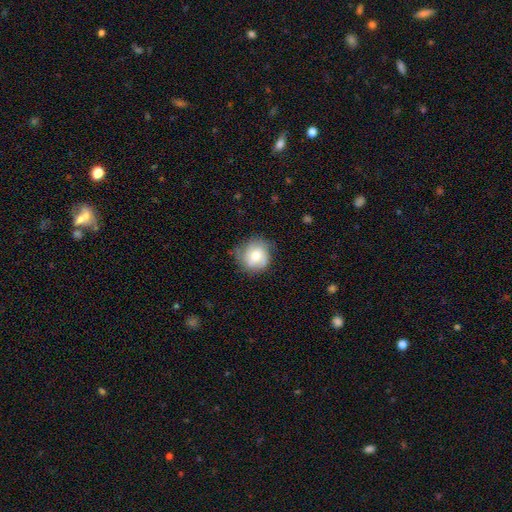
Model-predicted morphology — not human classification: smooth 55%, featured or disk 37%, star or artifact 8%. Down the decision tree: how rounded — round (84%); merging — none (72%).